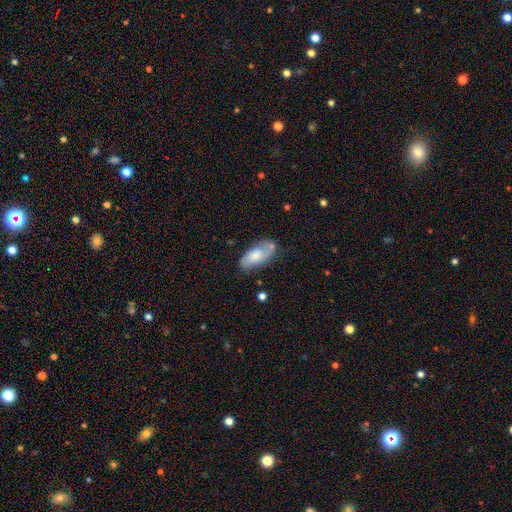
Smooth or featured? 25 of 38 (66%) said smooth. How rounded? 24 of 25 (96%) said in between. Merging? 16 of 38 (42%) said none.